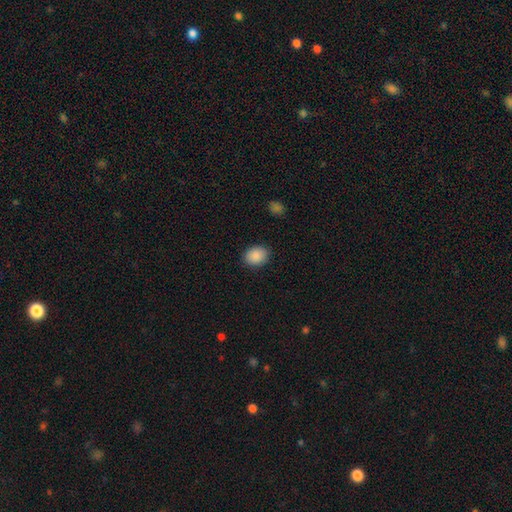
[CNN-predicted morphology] A smooth galaxy with no disk features (89%) that is in between round and cigar-shaped (53%). Merging: none (89%).